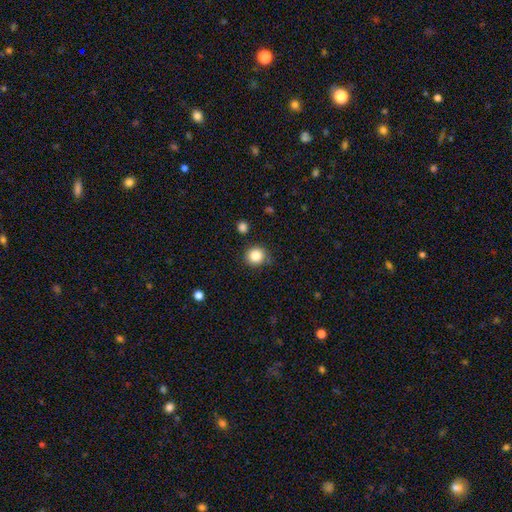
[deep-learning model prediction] Smooth or featured: smooth — 85% (star or artifact — 11%)
How rounded: round — 90% (in between — 9%)
Merging: none — 82% (minor disturbance — 12%)